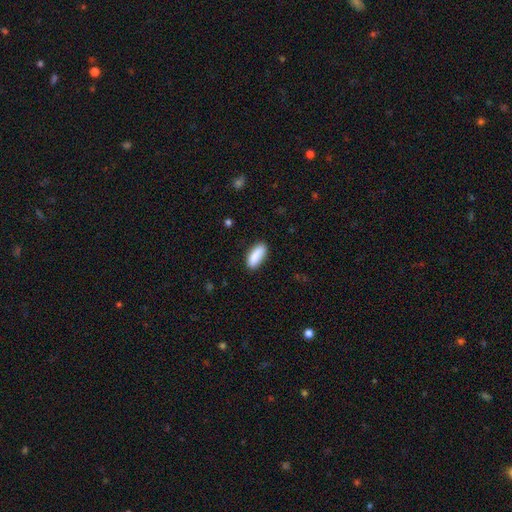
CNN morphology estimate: This is clearly a smooth galaxy (89%). How rounded: likely in between (75%). Merging: clearly none (85%).